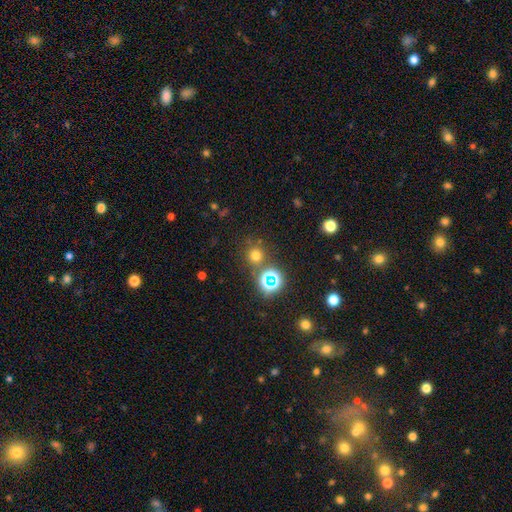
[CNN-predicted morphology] This appears to be a smooth galaxy with no disk features (64%) that is round (93%). Merging: none (79%).